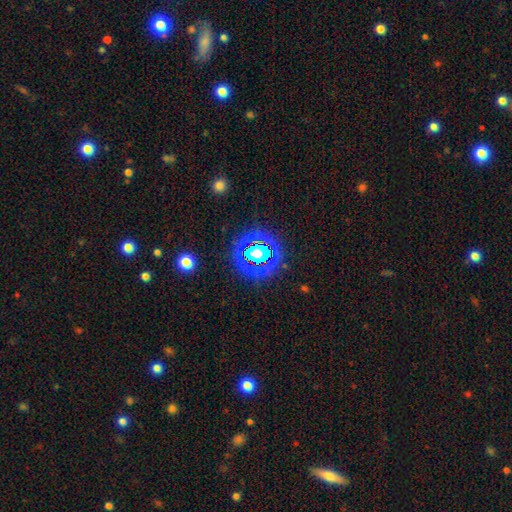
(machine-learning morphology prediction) This is likely a star or artifact rather than a galaxy (79%).